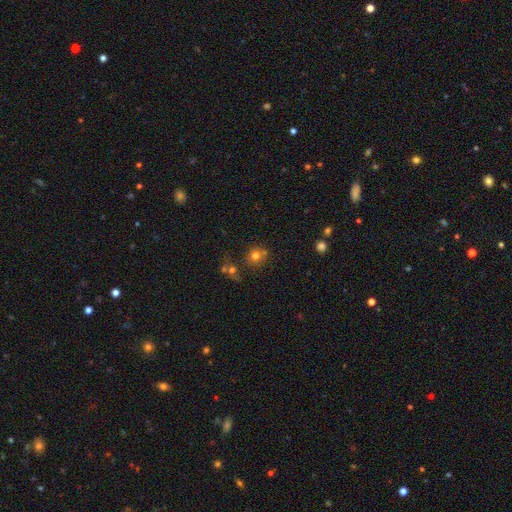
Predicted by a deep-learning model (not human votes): The model was most divided on "merging": none: 59%, merger: 25%, minor disturbance: 11%, major disturbance: 5%. More confident: how rounded — round (86%); smooth or featured — smooth (71%).